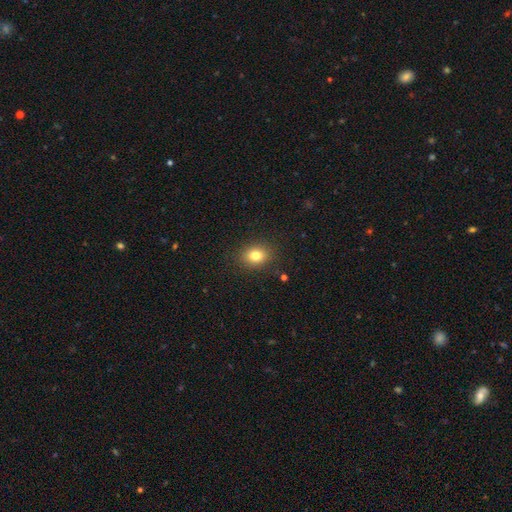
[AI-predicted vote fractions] smooth 80%, star or artifact 12%, featured or disk 8%. Down the decision tree: how rounded — in between (52%); merging — none (88%).